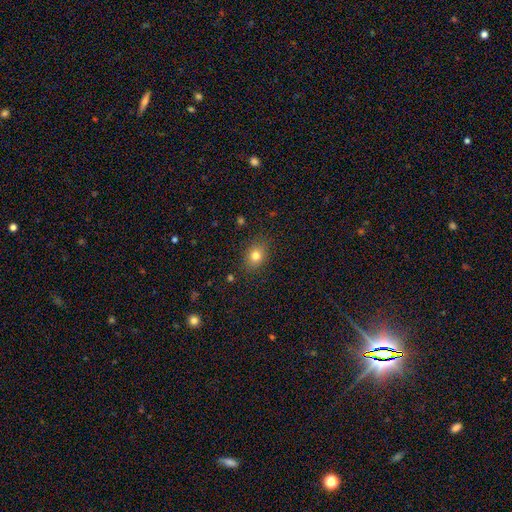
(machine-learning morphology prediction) type=smooth (79%); roundness=in between (56%); merging=none (85%).